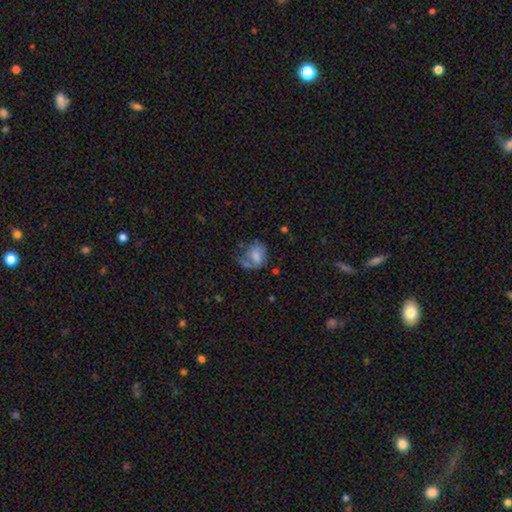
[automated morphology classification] Smooth or featured? Predicted: smooth (p=0.61). How rounded? Predicted: in between (p=0.58). Merging? Predicted: none (p=0.33).